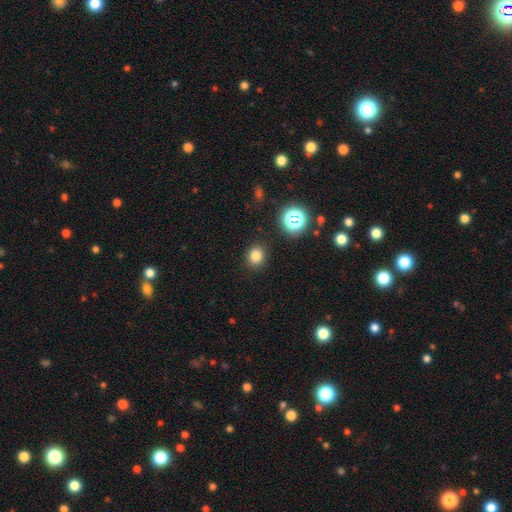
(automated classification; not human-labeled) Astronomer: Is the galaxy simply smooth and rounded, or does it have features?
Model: smooth — 79%.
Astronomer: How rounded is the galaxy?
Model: round — 74%.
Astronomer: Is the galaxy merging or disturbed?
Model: none — 88%.